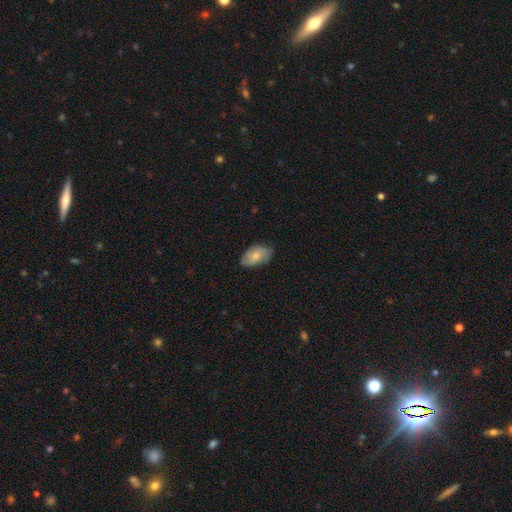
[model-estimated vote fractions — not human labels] Q: Smooth or featured?
A: smooth (60%); runner-up: featured or disk (33%)
Q: How rounded?
A: in between (92%); runner-up: round (7%)
Q: Merging?
A: none (72%); runner-up: minor disturbance (23%)